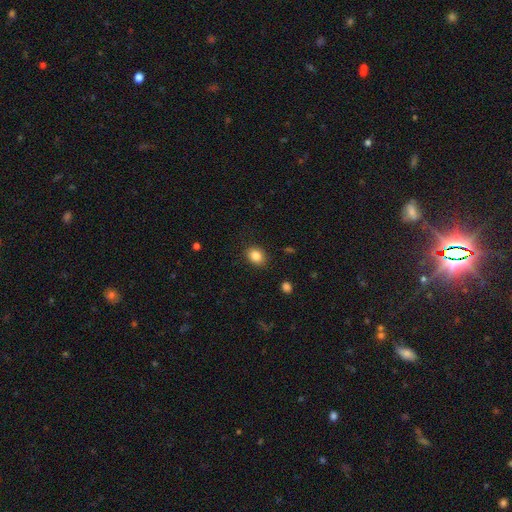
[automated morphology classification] smooth 85%, star or artifact 9%, featured or disk 6%. Down the decision tree: how rounded — in between (60%); merging — none (86%).